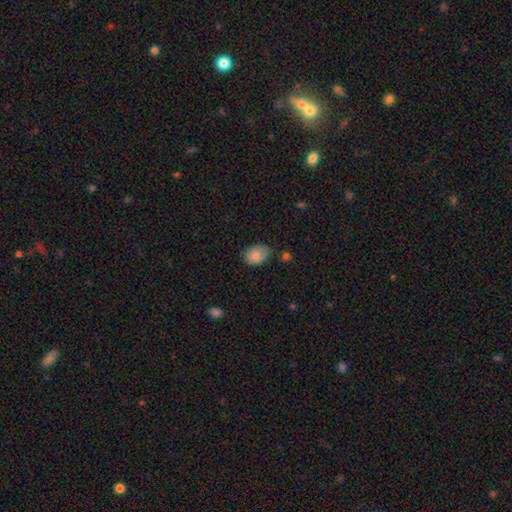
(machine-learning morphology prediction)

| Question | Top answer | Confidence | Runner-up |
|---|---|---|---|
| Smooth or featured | smooth | 80% | featured or disk (12%) |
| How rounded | in between | 76% | round (23%) |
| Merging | none | 69% | minor disturbance (24%) |